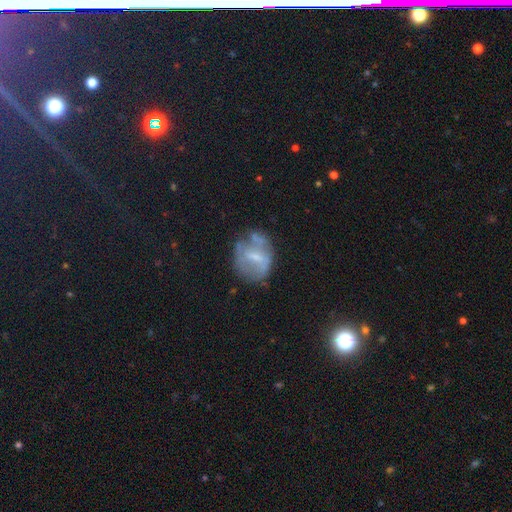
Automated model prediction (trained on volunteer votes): Smooth or featured: featured or disk — 56% (smooth — 34%)
Edge-on disk: no — 96% (yes — 4%)
Bar: weak — 47% (no — 31%)
Spiral arms: no — 66% (yes — 34%)
Bulge size: small — 42% (moderate — 30%)
Merging: none — 51% (minor disturbance — 25%)